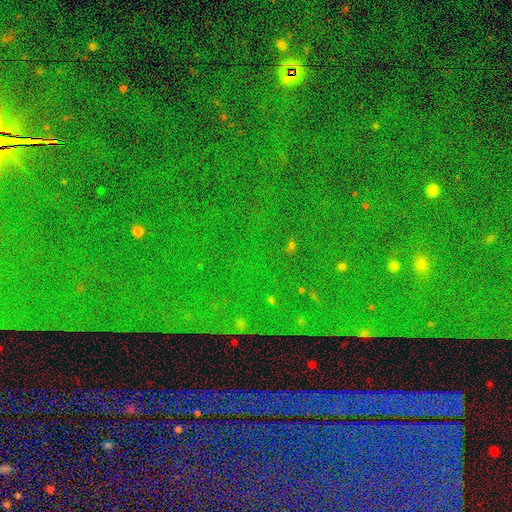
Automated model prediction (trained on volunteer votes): This is clearly a star or artifact rather than a galaxy (84%).